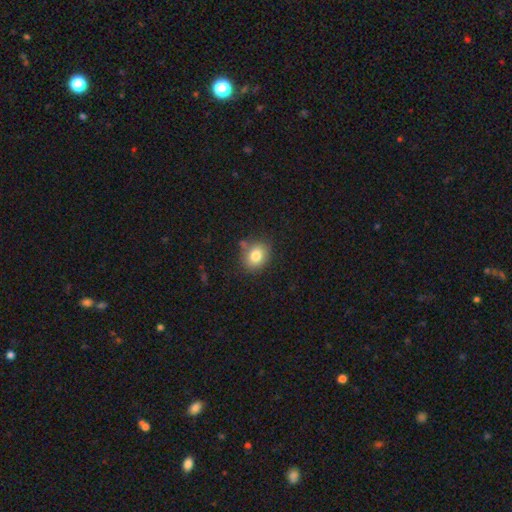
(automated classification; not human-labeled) A smooth galaxy with no disk features (81%) that is round (55%). Merging: none (76%).